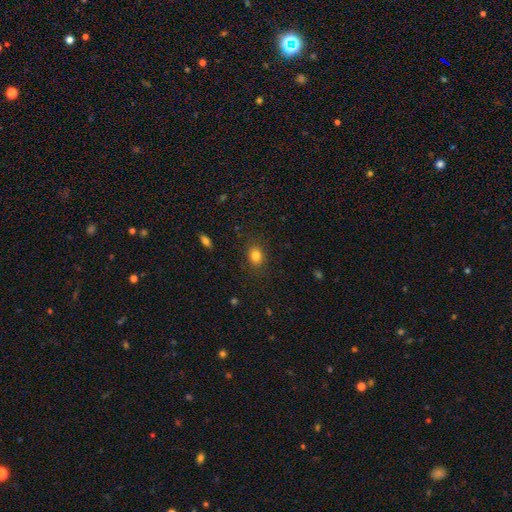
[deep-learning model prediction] Smooth or featured? smooth (82%)
How rounded? in between (53%)
Merging? none (84%)